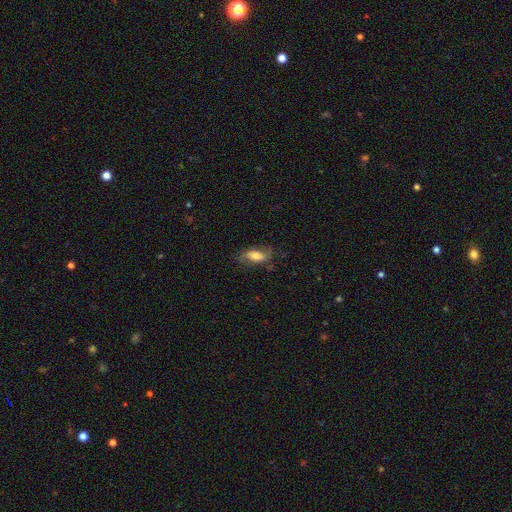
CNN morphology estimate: This is possibly a smooth galaxy (56%). How rounded: likely in between (78%). Merging: likely none (67%).